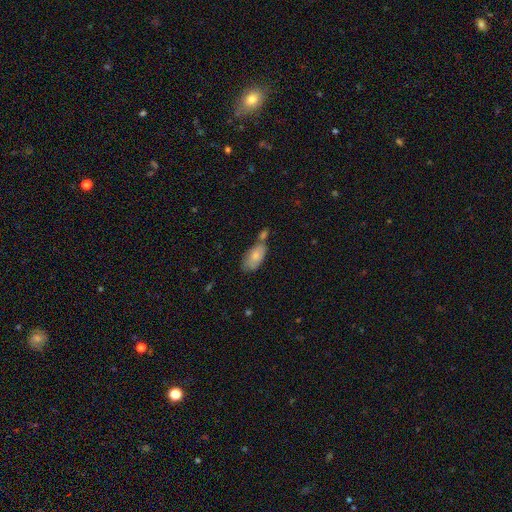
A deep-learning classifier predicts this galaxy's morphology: This is likely a smooth galaxy (75%). How rounded: clearly in between (91%). Merging: marginally none (44%).